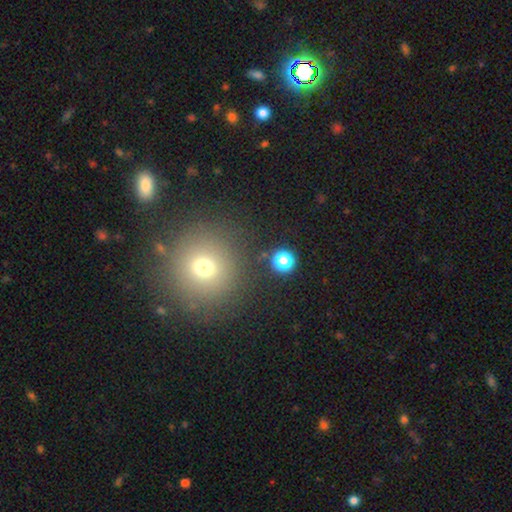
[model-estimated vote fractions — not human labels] A smooth galaxy with no disk features (55%) that is round (94%).

Vote fractions:
- Smooth or featured? smooth: 55% / star or artifact: 33% / featured or disk: 12%
- How rounded? round: 94% / in between: 5% / cigar-shaped: 1%
- Merging? none: 87% / minor disturbance: 7% / major disturbance: 3% / merger: 3%